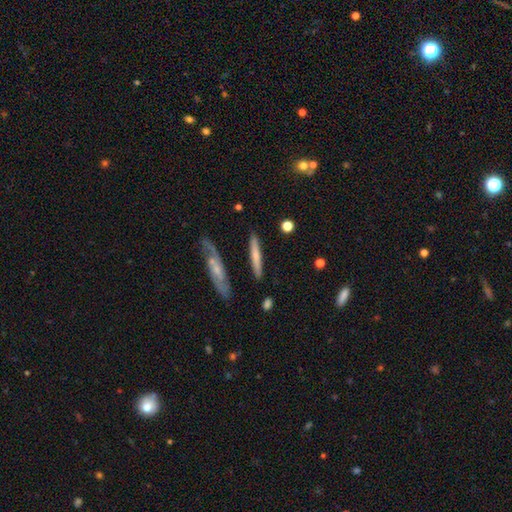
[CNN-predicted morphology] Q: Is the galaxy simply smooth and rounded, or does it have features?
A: smooth — 52%.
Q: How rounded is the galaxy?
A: cigar-shaped — 91%.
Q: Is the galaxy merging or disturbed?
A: none — 79%.